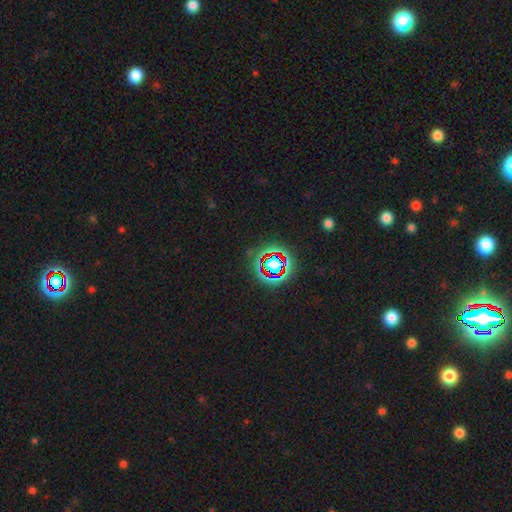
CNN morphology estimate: star or artifact 60%, featured or disk 21%, smooth 19%.